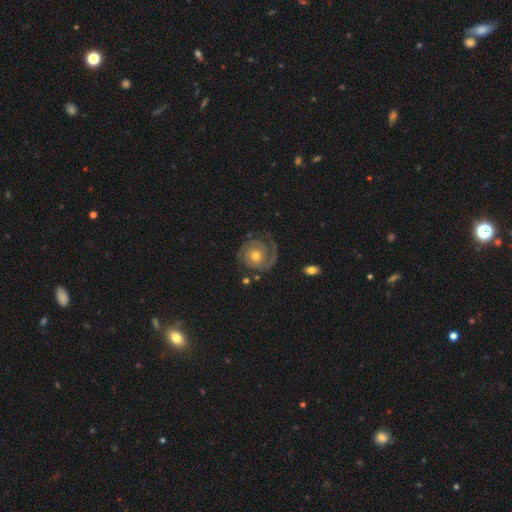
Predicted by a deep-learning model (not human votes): This appears to be a featured or disk galaxy (85%) with no bar (77%), 2 (73%) tight (65%) spiral arms (96%) and a moderate central bulge (72%). Merging: none (76%).